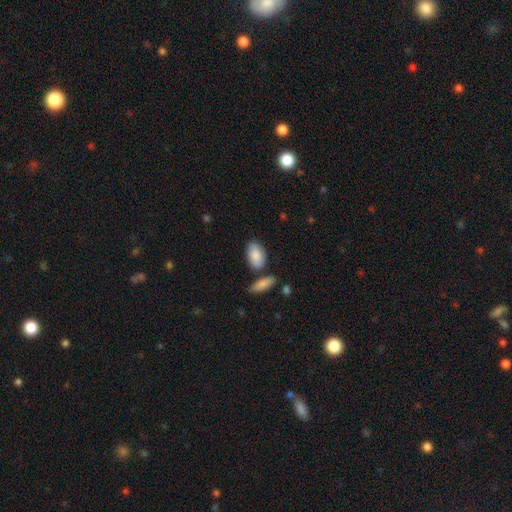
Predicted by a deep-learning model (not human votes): Morphology: type=smooth (87%); roundness=in between (93%); merging=none (70%).